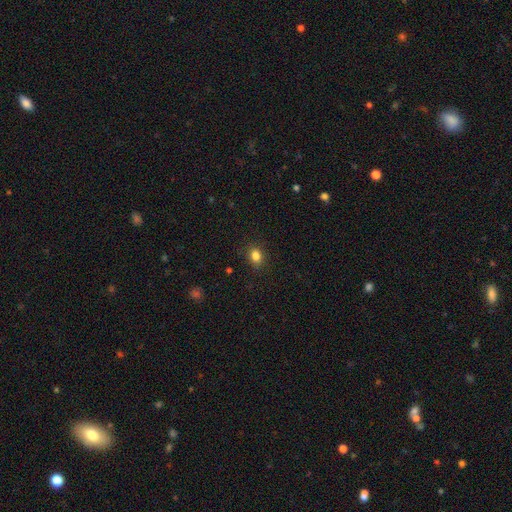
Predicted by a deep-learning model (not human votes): A smooth galaxy with no disk features (83%) that is in between round and cigar-shaped (54%). Merging: none (86%).